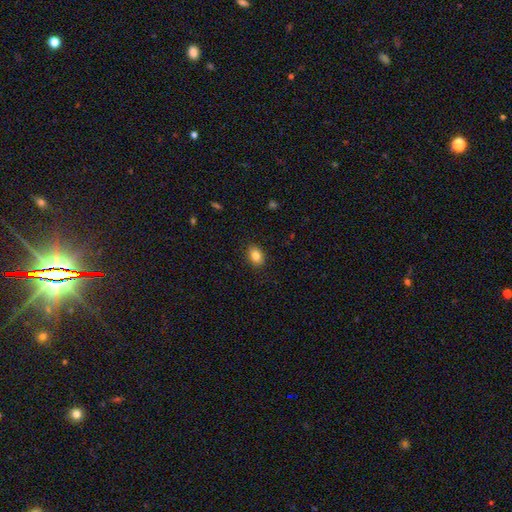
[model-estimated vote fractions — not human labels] smooth 83%, star or artifact 9%, featured or disk 7%. Down the decision tree: how rounded — in between (72%); merging — none (88%).